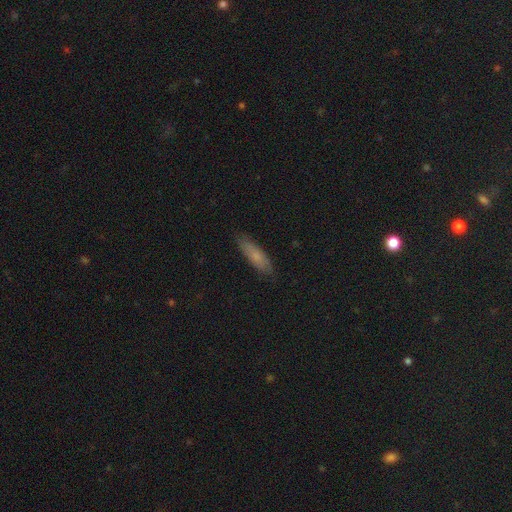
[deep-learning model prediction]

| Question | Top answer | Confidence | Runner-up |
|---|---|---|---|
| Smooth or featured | smooth | 76% | featured or disk (18%) |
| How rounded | cigar-shaped | 59% | in between (40%) |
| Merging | none | 82% | minor disturbance (14%) |